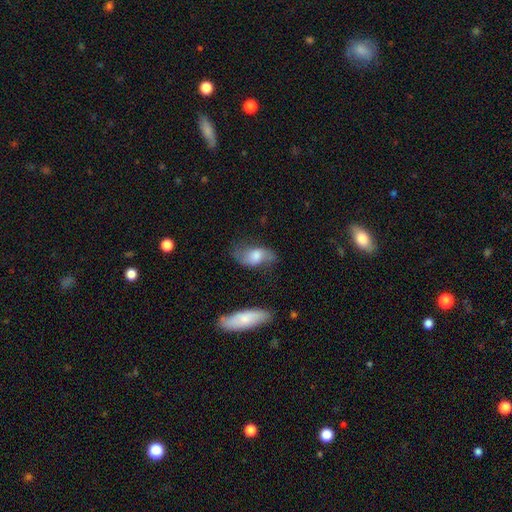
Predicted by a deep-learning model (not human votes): This is possibly a smooth galaxy (46%). Merging: possibly none (53%).